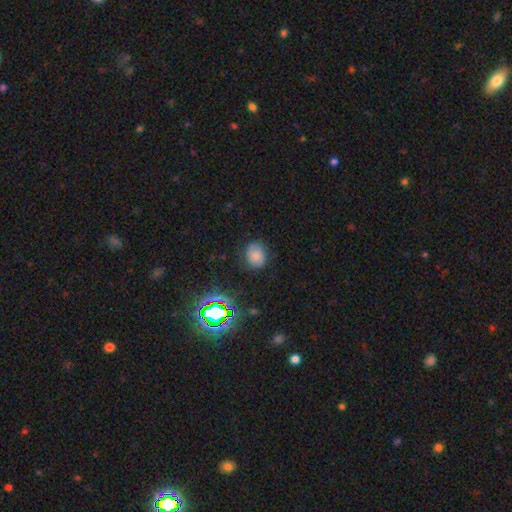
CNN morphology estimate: A smooth galaxy with no disk features (73%) that is round (56%).

Vote fractions:
- Smooth or featured? smooth: 73% / star or artifact: 16% / featured or disk: 11%
- How rounded? round: 56% / in between: 43% / cigar-shaped: 1%
- Merging? none: 77% / minor disturbance: 17% / major disturbance: 5% / merger: 1%